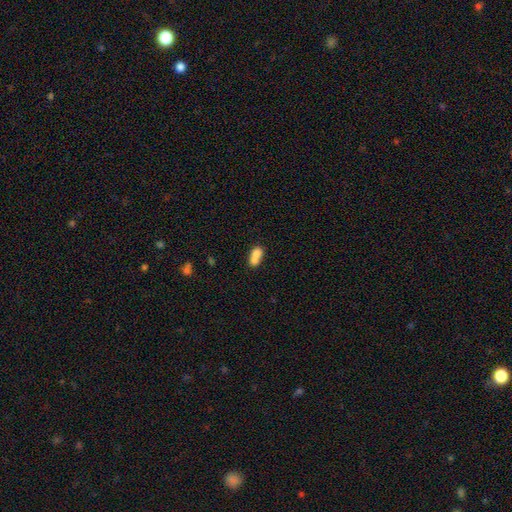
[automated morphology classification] Smooth or featured? smooth (74%)
How rounded? in between (71%)
Merging? merger (63%)